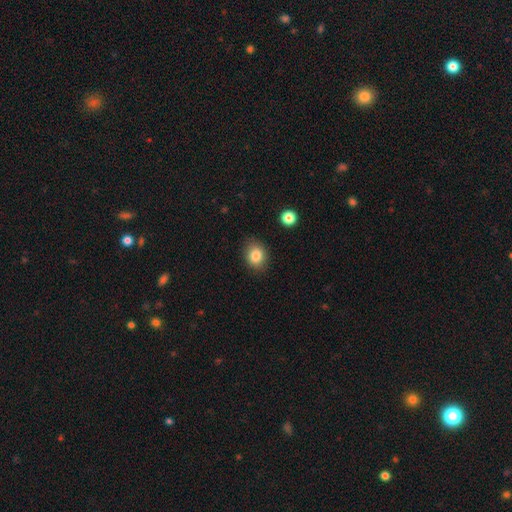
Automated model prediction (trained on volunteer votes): smooth 84%, star or artifact 9%, featured or disk 6%. Down the decision tree: how rounded — round (52%); merging — none (85%).